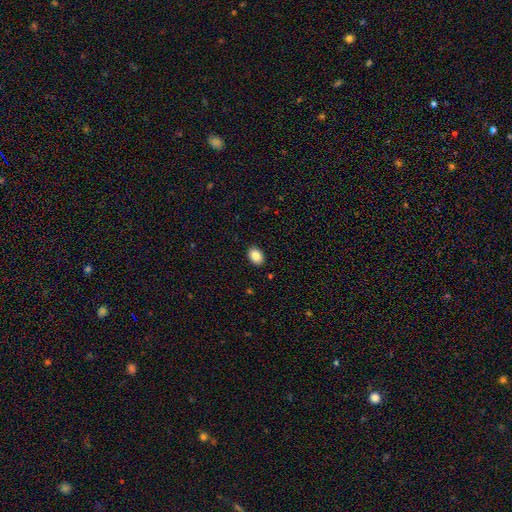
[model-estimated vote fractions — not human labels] smooth_or_featured: smooth (p=0.86) [alt: star or artifact p=0.08]
how_rounded: in between (p=0.76) [alt: round p=0.23]
merging: none (p=0.90) [alt: minor disturbance p=0.07]